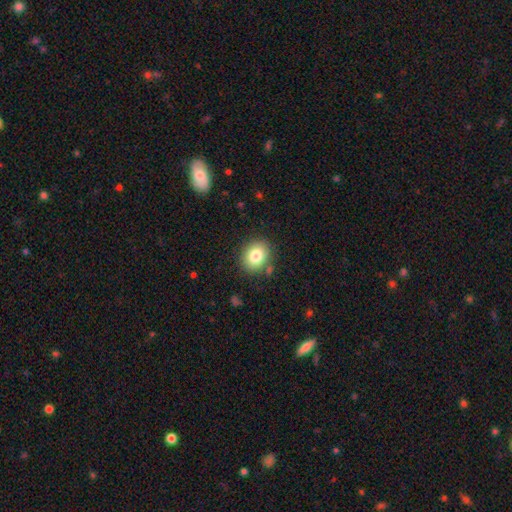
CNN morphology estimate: smooth_or_featured: smooth (p=0.82) [alt: star or artifact p=0.09]
how_rounded: round (p=0.61) [alt: in between p=0.38]
merging: none (p=0.84) [alt: minor disturbance p=0.10]